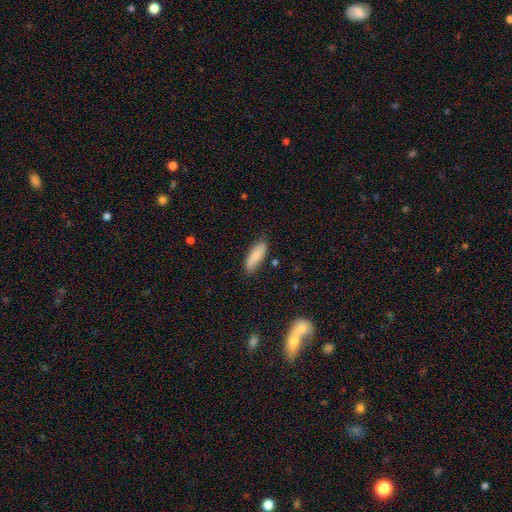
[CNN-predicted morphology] Smooth or featured?
  - smooth: 83% *
  - featured or disk: 11%
  - star or artifact: 6%
How rounded?
  - in between: 56% *
  - cigar-shaped: 42%
  - round: 2%
Merging?
  - none: 81% *
  - minor disturbance: 15%
  - major disturbance: 3%
  - merger: 2%